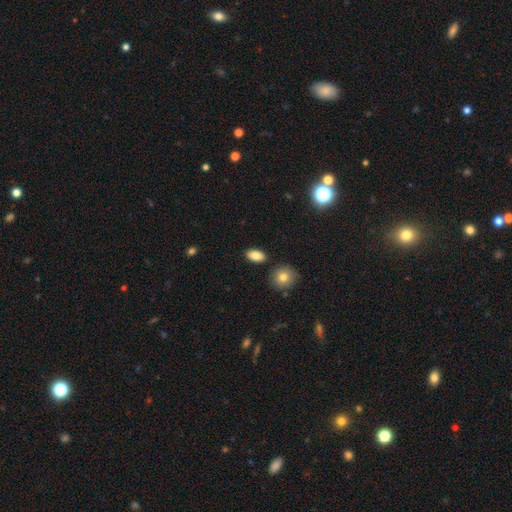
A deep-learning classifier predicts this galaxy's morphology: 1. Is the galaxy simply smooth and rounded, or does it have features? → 86% smooth, 8% star or artifact, 6% featured or disk.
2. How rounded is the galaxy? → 90% in between, 7% round, 3% cigar-shaped.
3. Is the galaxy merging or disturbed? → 87% none, 8% minor disturbance, 3% merger, 2% major disturbance.